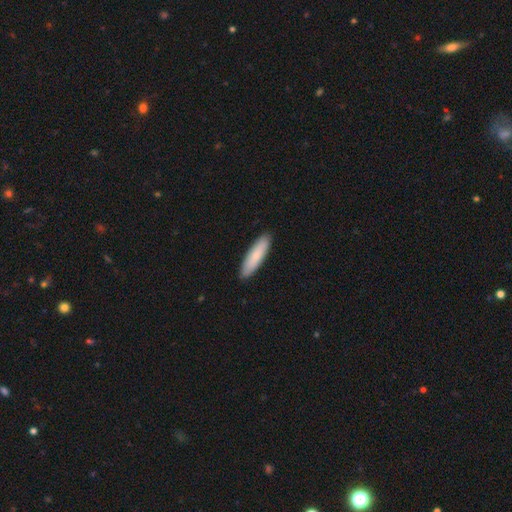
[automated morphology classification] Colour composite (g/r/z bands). It shows a smooth galaxy with no disk features (83%) that is cigar-shaped (73%). Merging: none (91%).